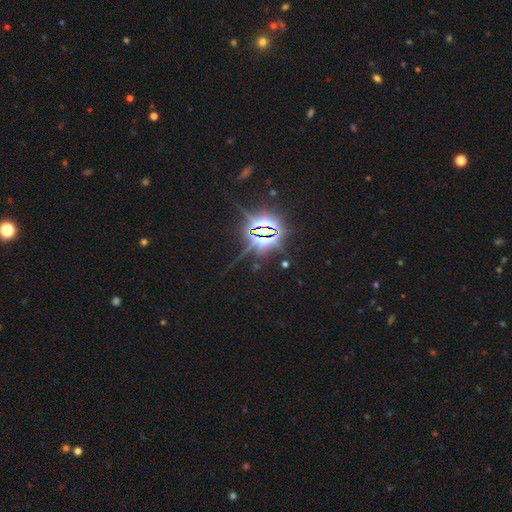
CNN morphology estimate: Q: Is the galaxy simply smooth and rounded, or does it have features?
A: star or artifact — 86%.